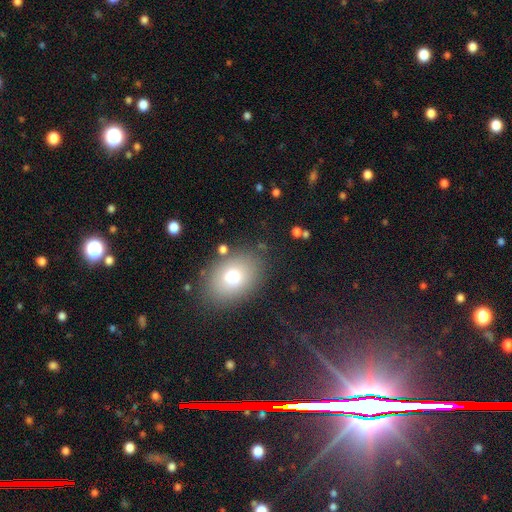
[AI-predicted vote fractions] smooth-or-featured: smooth: 59% | star or artifact: 25% | featured or disk: 16%
  how-rounded: in between: 67% | round: 32% | cigar-shaped: 1%
  merging: none: 86% | minor disturbance: 9% | major disturbance: 3% | merger: 2%